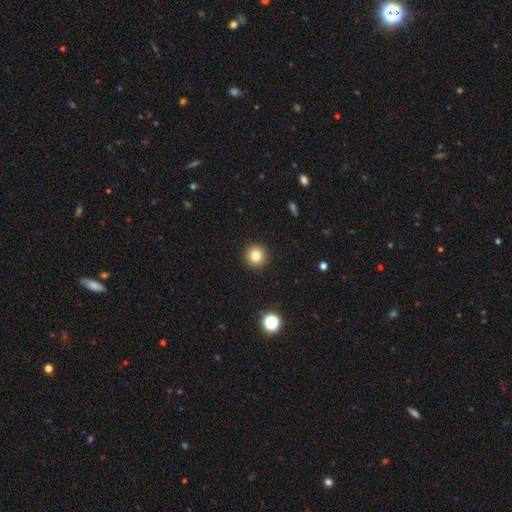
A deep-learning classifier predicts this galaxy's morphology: Smooth or featured? Predicted: smooth (p=0.82). How rounded? Predicted: round (p=0.95). Merging? Predicted: none (p=0.93).